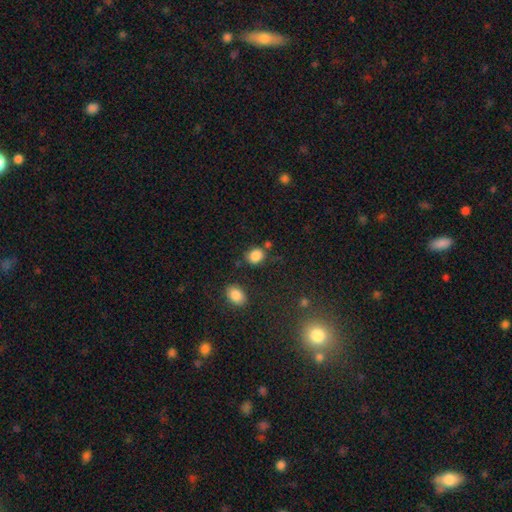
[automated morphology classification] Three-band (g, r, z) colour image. It shows a smooth galaxy with no disk features (85%) that is round (60%). Merging: none (72%).